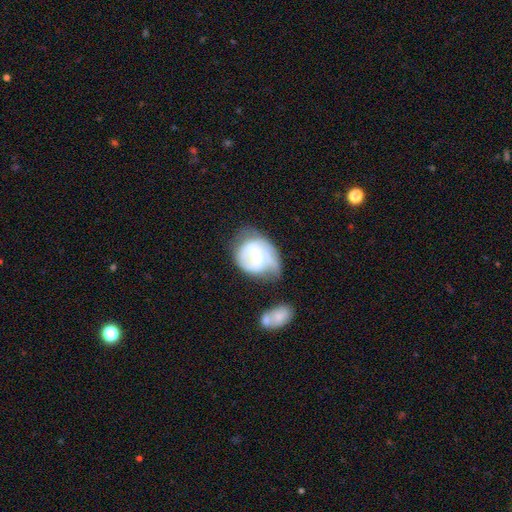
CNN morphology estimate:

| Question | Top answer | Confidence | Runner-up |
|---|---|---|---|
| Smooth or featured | featured or disk | 76% | smooth (19%) |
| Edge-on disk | no | 97% | yes (3%) |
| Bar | weak | 51% | no (29%) |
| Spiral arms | yes | 84% | no (16%) |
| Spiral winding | tight | 45% | medium (38%) |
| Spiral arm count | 2 | 51% | 1 (22%) |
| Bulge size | moderate | 57% | small (37%) |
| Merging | none | 41% | minor disturbance (30%) |